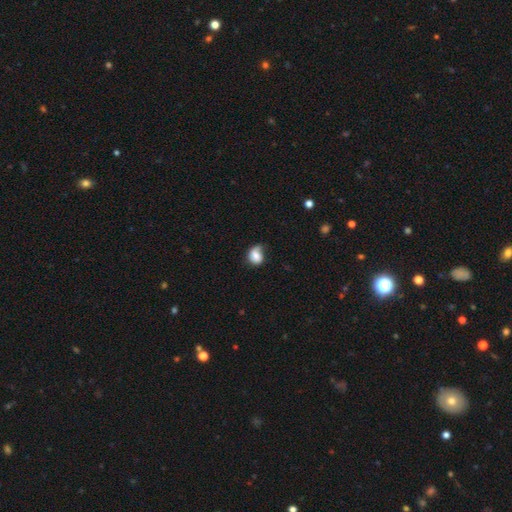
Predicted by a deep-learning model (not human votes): smooth_or_featured: smooth (p=0.73) [alt: featured or disk p=0.19]
how_rounded: round (p=0.51) [alt: in between p=0.48]
merging: none (p=0.40) [alt: minor disturbance p=0.38]